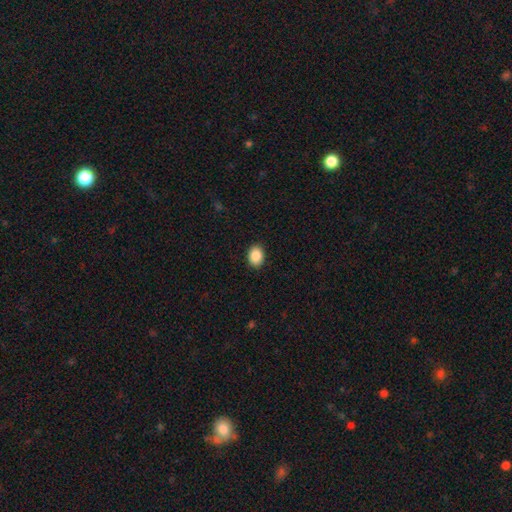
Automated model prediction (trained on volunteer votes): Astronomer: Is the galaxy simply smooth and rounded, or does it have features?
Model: smooth — 89%.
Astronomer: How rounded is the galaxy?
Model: in between — 67%.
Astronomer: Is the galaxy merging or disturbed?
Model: none — 90%.